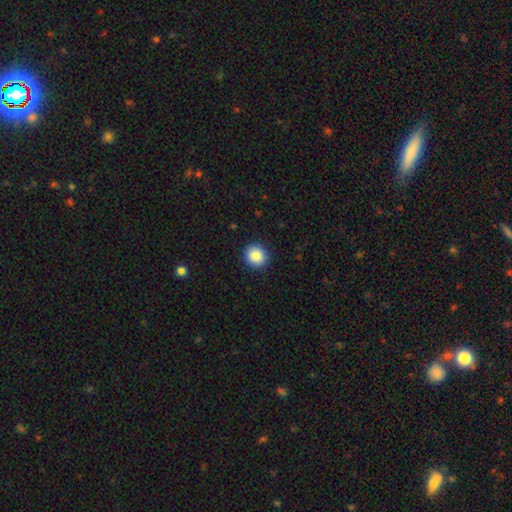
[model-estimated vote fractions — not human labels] Smooth or featured: smooth — 86% (star or artifact — 9%)
How rounded: round — 85% (in between — 14%)
Merging: none — 92% (minor disturbance — 5%)